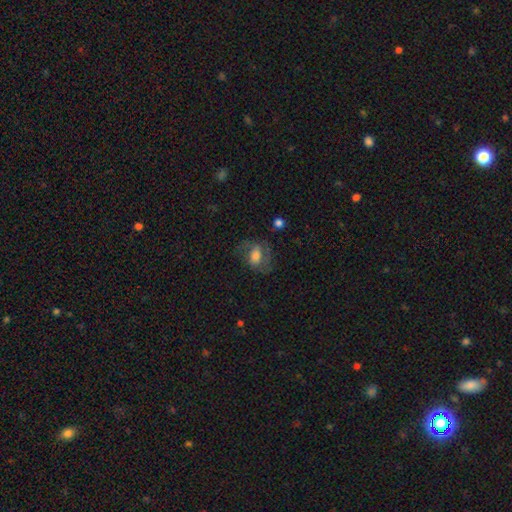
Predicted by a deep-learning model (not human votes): Morphology: type=smooth (46%); merging=none (49%).